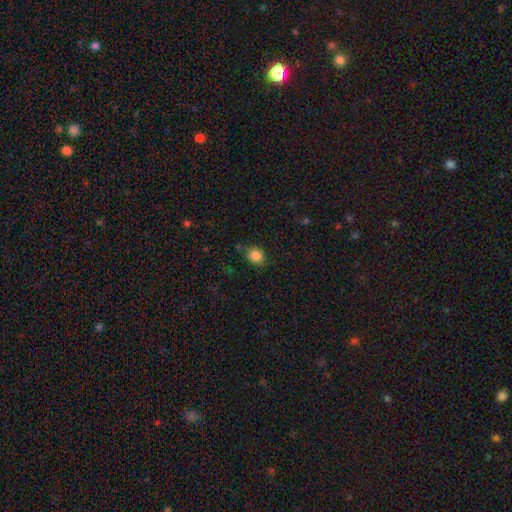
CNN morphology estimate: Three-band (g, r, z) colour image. It shows a smooth galaxy with no disk features (85%) that is round (63%). Merging: none (79%).